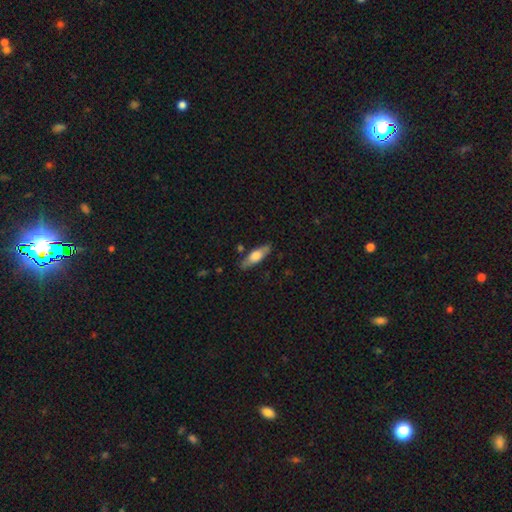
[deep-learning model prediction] A smooth galaxy with no disk features (58%) that is cigar-shaped (50%).

Vote fractions:
- Smooth or featured? smooth: 58% / featured or disk: 36% / star or artifact: 6%
- How rounded? cigar-shaped: 50% / in between: 47% / round: 3%
- Merging? none: 82% / minor disturbance: 13% / major disturbance: 3% / merger: 2%